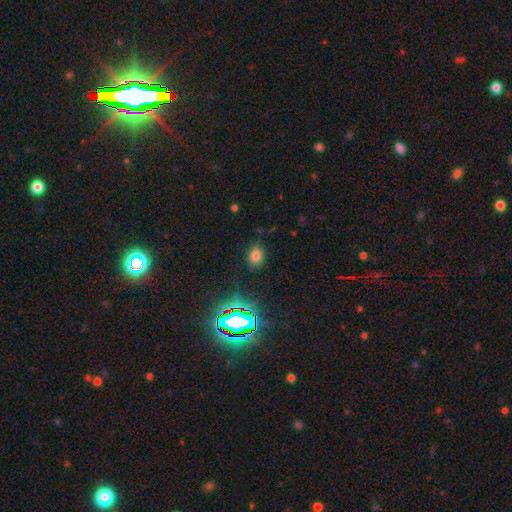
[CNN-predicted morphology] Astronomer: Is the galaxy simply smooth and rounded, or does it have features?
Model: smooth — 70%.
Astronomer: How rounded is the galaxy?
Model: in between — 60% (runner-up: round, 39%).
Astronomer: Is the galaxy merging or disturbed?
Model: none — 84%.